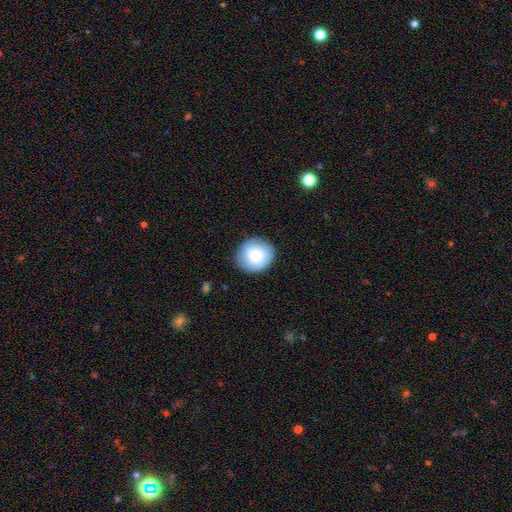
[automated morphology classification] The model was most divided on "smooth or featured": smooth: 79%, featured or disk: 14%, star or artifact: 7%. More confident: merging — none (86%); how rounded — round (84%).